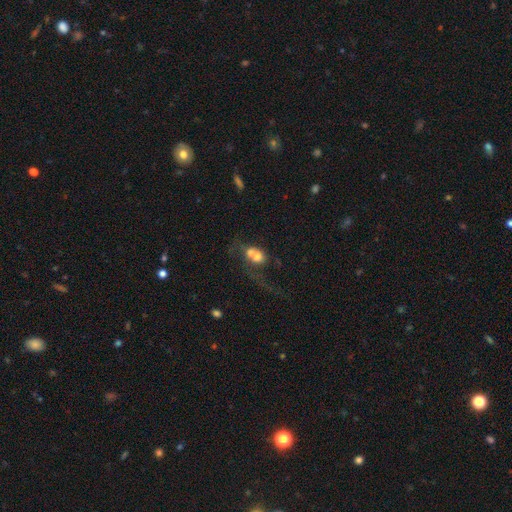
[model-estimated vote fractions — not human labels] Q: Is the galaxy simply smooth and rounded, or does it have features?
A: smooth — 57%.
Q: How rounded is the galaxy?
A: round — 66%.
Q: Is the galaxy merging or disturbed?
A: merger — 69%.